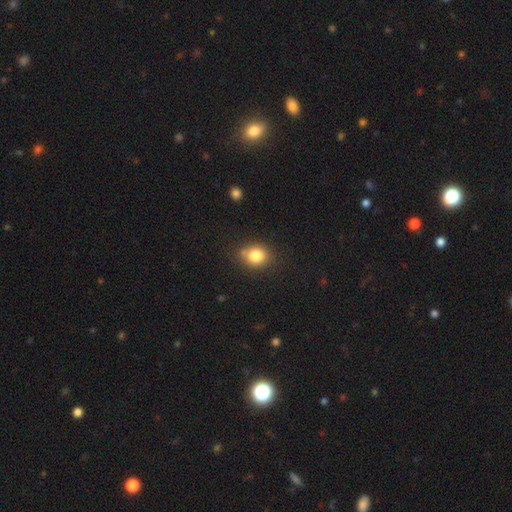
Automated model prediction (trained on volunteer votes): A smooth galaxy with no disk features (81%) that is round (65%).

Vote fractions:
- Smooth or featured? smooth: 81% / star or artifact: 11% / featured or disk: 8%
- How rounded? round: 65% / in between: 34% / cigar-shaped: 1%
- Merging? none: 72% / minor disturbance: 15% / merger: 9% / major disturbance: 4%